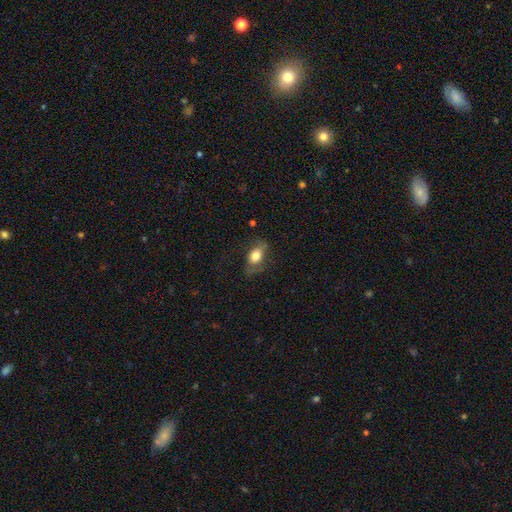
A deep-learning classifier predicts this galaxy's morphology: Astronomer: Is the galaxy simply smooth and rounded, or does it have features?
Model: smooth — 71%.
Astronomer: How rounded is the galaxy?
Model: in between — 87%.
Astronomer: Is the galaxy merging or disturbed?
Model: none — 62%.